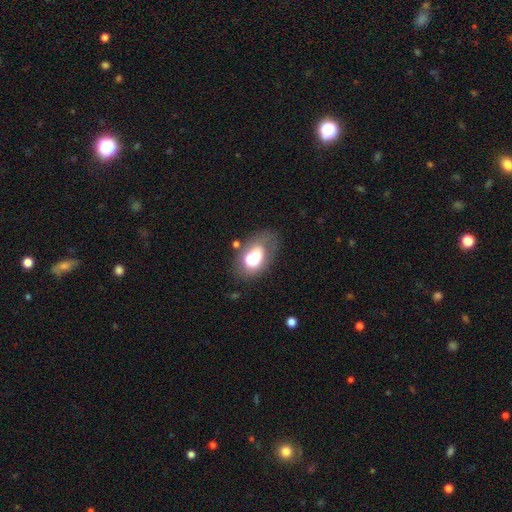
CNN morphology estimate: Q: Smooth or featured?
A: smooth (58%); runner-up: featured or disk (28%)
Q: How rounded?
A: in between (81%); runner-up: round (17%)
Q: Merging?
A: none (47%); runner-up: minor disturbance (22%)